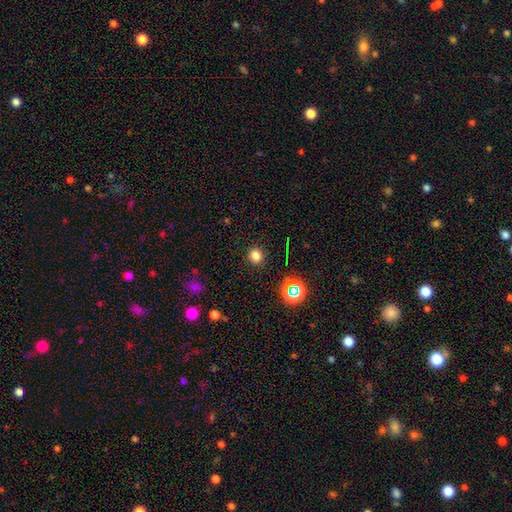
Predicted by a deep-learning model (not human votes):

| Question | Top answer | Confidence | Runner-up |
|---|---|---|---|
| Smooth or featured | smooth | 76% | star or artifact (18%) |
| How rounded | round | 79% | in between (20%) |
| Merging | none | 88% | minor disturbance (7%) |